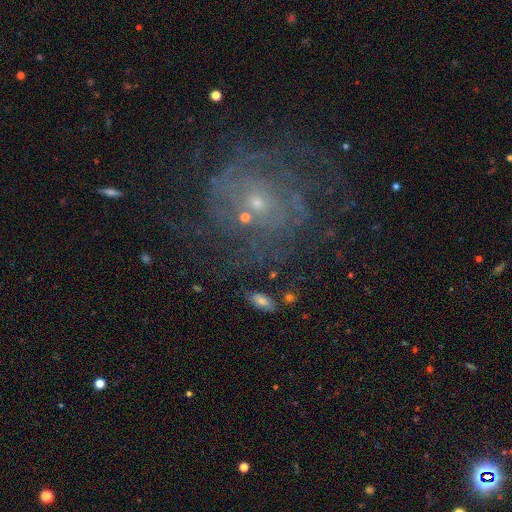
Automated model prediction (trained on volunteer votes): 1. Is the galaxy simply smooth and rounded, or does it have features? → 69% featured or disk, 17% star or artifact, 14% smooth.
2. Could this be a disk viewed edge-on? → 97% no, 3% yes.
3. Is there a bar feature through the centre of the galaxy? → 73% no, 22% weak, 5% strong.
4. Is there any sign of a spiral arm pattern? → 80% yes, 20% no.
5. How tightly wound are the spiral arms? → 56% tight, 32% medium, 13% loose.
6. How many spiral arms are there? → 50% can't tell, 18% 2, 11% 3, 8% 4, 7% more than 4, 6% 1.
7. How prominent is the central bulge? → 73% small, 19% moderate, 5% none, 2% large, 1% dominant.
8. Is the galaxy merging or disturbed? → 69% none, 15% minor disturbance, 13% major disturbance, 3% merger.